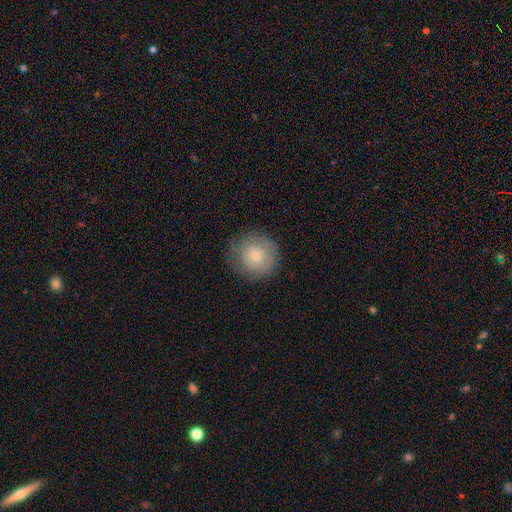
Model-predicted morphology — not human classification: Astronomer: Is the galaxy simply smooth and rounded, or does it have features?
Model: smooth — 68%.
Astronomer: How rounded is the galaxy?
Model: round — 92%.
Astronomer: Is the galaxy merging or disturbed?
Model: none — 77%.